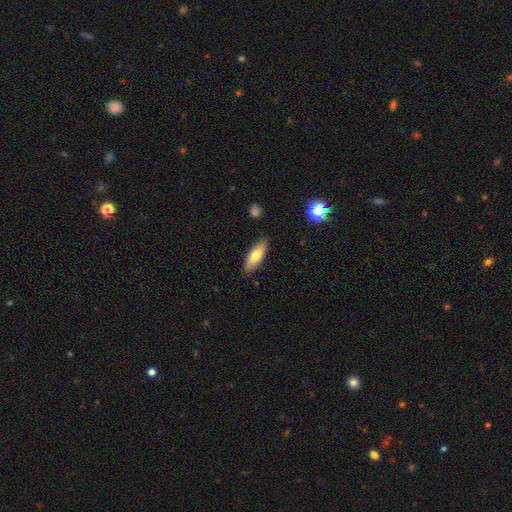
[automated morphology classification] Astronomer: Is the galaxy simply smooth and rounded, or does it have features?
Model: smooth — 75%.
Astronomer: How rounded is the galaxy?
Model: in between — 68%.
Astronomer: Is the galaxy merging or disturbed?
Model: none — 86%.